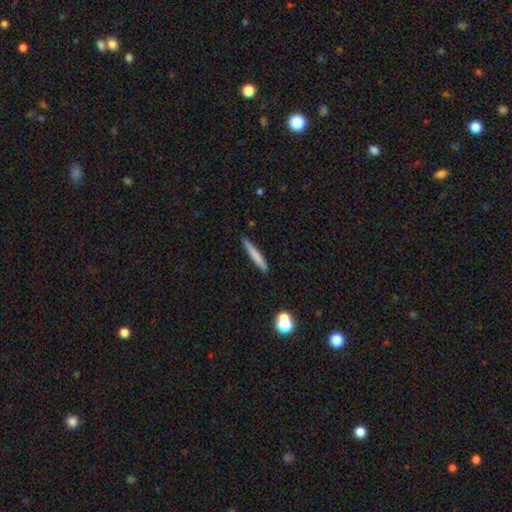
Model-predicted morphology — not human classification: smooth_or_featured: smooth (p=0.74) [alt: featured or disk p=0.19]
how_rounded: cigar-shaped (p=0.95) [alt: in between p=0.04]
merging: none (p=0.84) [alt: minor disturbance p=0.12]